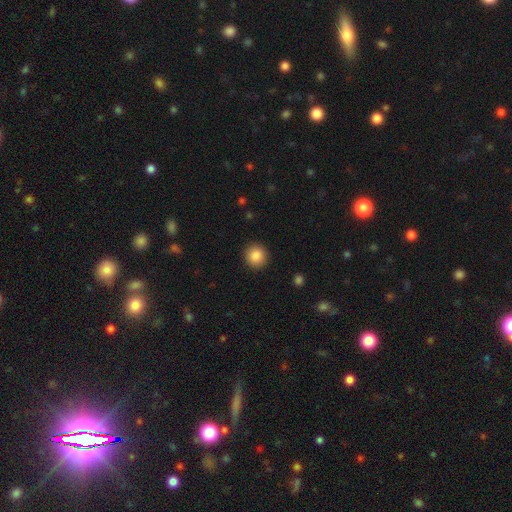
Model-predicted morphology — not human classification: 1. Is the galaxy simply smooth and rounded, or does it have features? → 86% smooth, 9% star or artifact, 5% featured or disk.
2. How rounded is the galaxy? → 92% round, 7% in between, 1% cigar-shaped.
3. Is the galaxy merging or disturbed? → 92% none, 5% minor disturbance, 2% major disturbance, 1% merger.